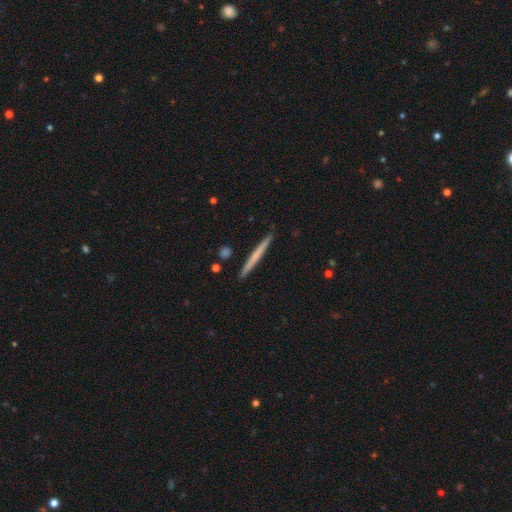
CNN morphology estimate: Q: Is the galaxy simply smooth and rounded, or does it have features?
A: smooth — 53%.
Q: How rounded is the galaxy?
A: cigar-shaped — 97%.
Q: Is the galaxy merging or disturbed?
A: none — 91%.